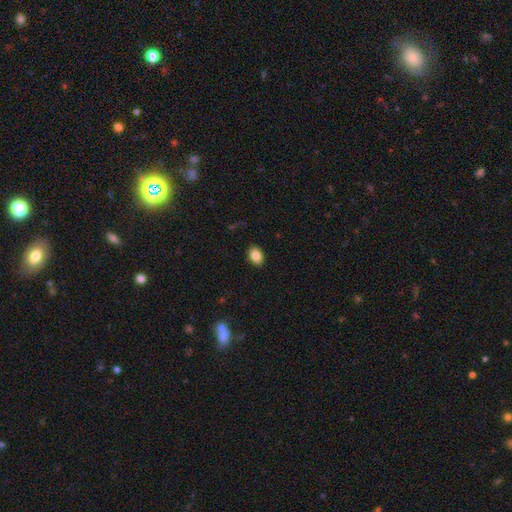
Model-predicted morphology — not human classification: smooth-or-featured: smooth: 86% | star or artifact: 8% | featured or disk: 6%
  how-rounded: in between: 81% | round: 18% | cigar-shaped: 1%
  merging: none: 89% | minor disturbance: 8% | major disturbance: 2% | merger: 1%